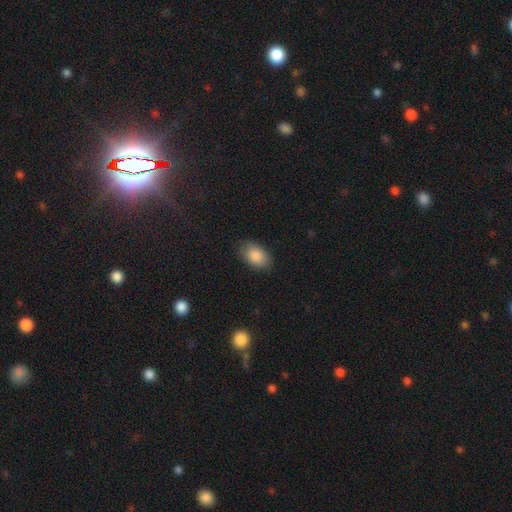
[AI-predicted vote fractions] Smooth or featured? Predicted: smooth (p=0.88). How rounded? Predicted: in between (p=0.91). Merging? Predicted: none (p=0.83).